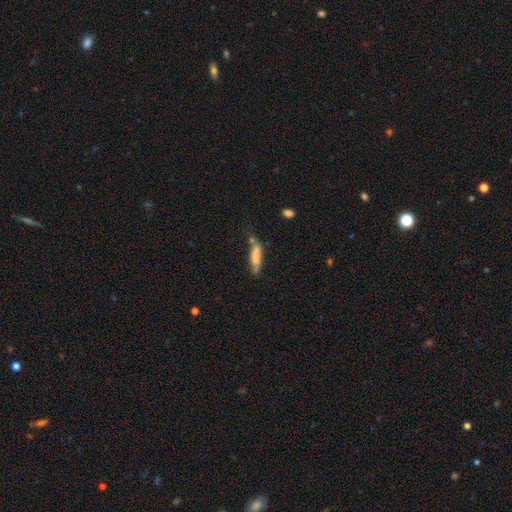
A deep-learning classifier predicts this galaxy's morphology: This is likely a smooth galaxy (77%). How rounded: likely cigar-shaped (70%). Merging: possibly none (51%).